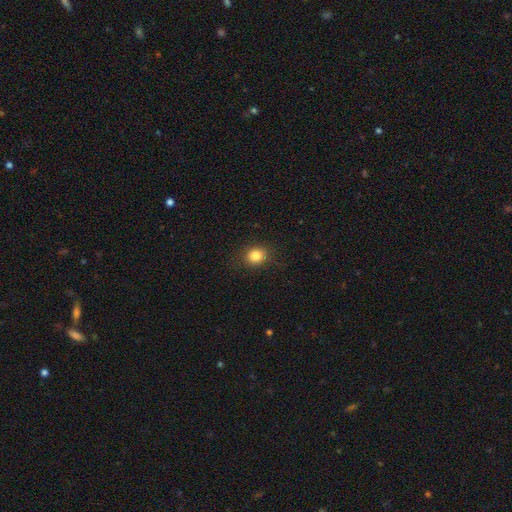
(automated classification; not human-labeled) This is clearly a smooth galaxy (84%). How rounded: likely round (70%). Merging: clearly none (88%).